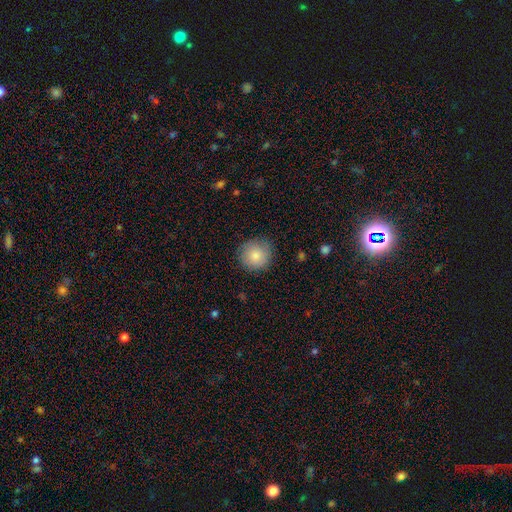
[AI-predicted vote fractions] The model was most divided on "merging": none: 86%, minor disturbance: 11%, major disturbance: 3%, merger: 1%. More confident: how rounded — round (93%); smooth or featured — smooth (85%).